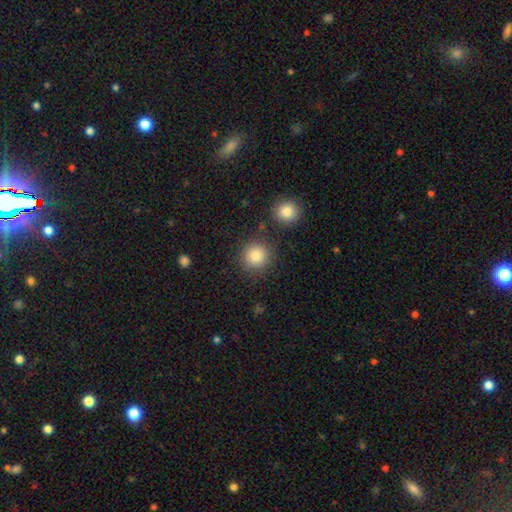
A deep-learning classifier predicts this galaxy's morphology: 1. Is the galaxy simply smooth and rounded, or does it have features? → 86% smooth, 10% star or artifact, 5% featured or disk.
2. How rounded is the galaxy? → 92% round, 7% in between, 1% cigar-shaped.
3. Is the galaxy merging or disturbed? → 83% none, 8% minor disturbance, 6% merger, 3% major disturbance.